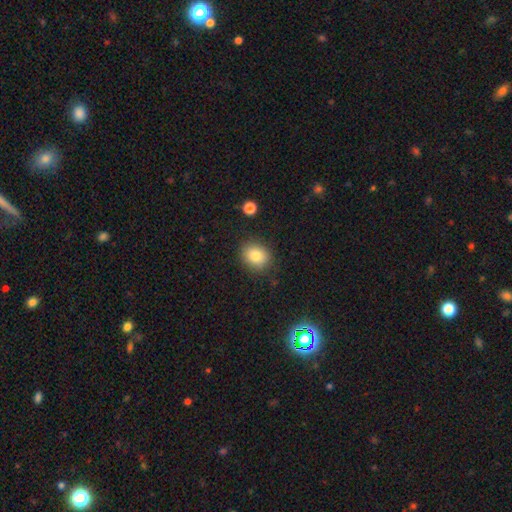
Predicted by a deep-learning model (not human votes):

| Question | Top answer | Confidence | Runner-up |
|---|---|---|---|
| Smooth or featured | smooth | 83% | star or artifact (10%) |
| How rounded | round | 68% | in between (31%) |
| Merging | none | 85% | minor disturbance (10%) |